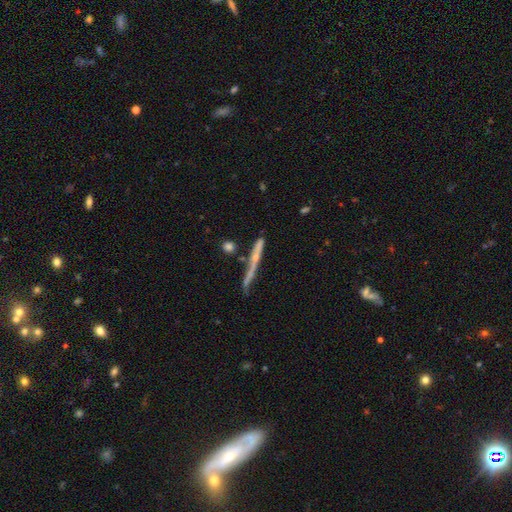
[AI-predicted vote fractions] Smooth or featured? Predicted: featured or disk (p=0.59). Edge-on disk? Predicted: yes (p=0.90). Edge-on bulge? Predicted: none (p=0.49). Merging? Predicted: none (p=0.56).